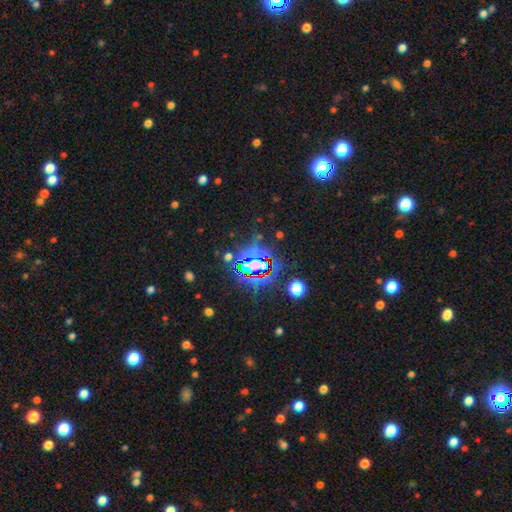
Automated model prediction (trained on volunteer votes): Overall: star or artifact (81%).